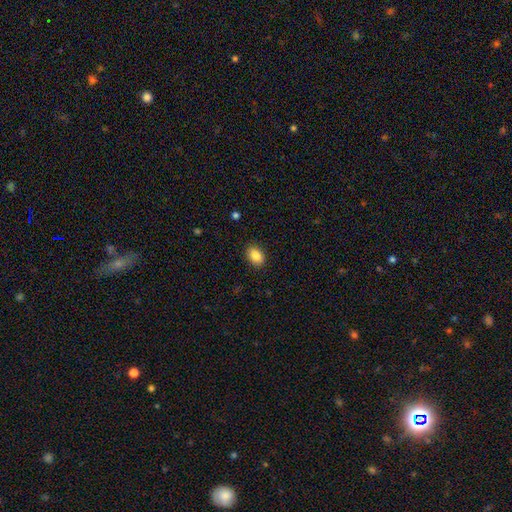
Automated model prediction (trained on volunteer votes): smooth-or-featured: smooth: 86% | star or artifact: 9% | featured or disk: 5%
  how-rounded: in between: 75% | round: 24% | cigar-shaped: 1%
  merging: none: 88% | minor disturbance: 9% | major disturbance: 2% | merger: 1%